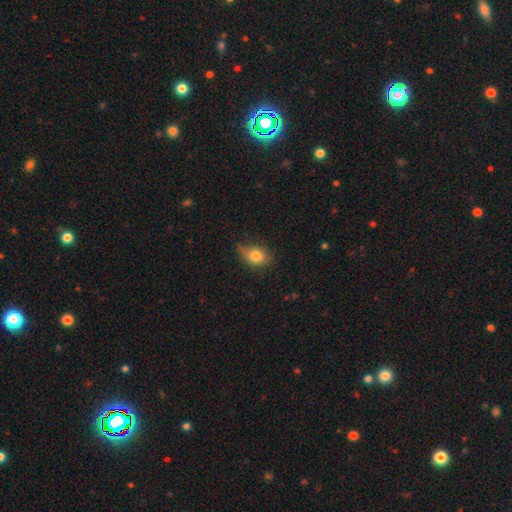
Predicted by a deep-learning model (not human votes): Smooth or featured? Predicted: smooth (p=0.79). How rounded? Predicted: in between (p=0.64). Merging? Predicted: none (p=0.53).